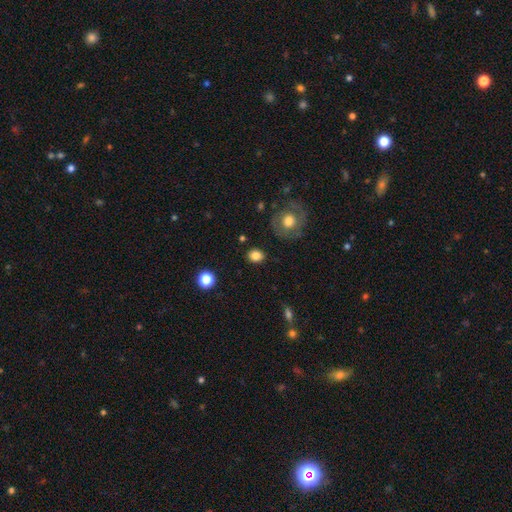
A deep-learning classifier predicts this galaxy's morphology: This is clearly a smooth galaxy (83%). How rounded: likely round (66%). Merging: clearly none (87%).